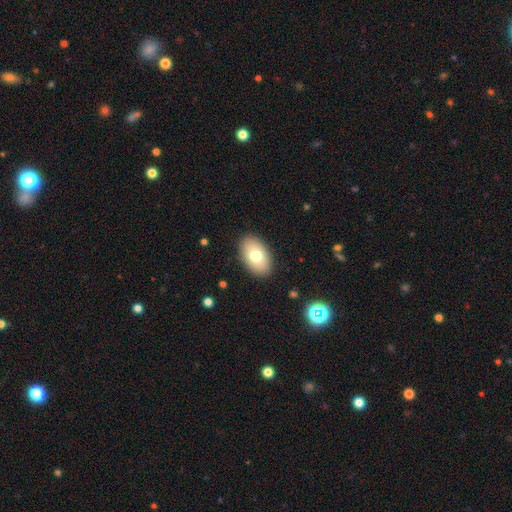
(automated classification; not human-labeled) Smooth or featured: smooth — 75% (featured or disk — 18%)
How rounded: in between — 92% (round — 7%)
Merging: none — 89% (minor disturbance — 8%)